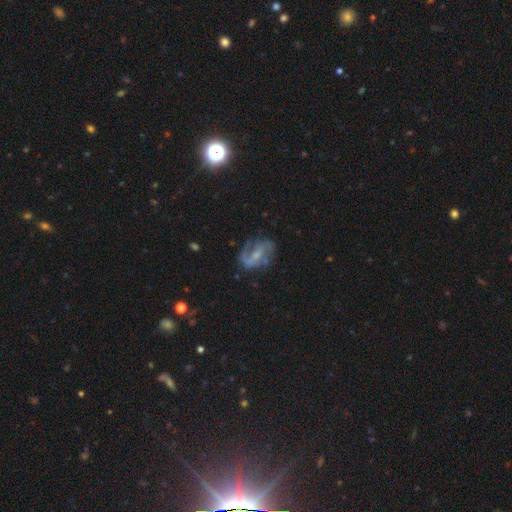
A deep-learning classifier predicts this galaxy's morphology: Smooth or featured? featured or disk (76%)
Edge-on disk? no (96%)
Bar? weak (45%)
Spiral arms? yes (84%)
Spiral winding? medium (43%)
Spiral arm count? 2 (73%)
Bulge size? small (53%)
Merging? none (61%)